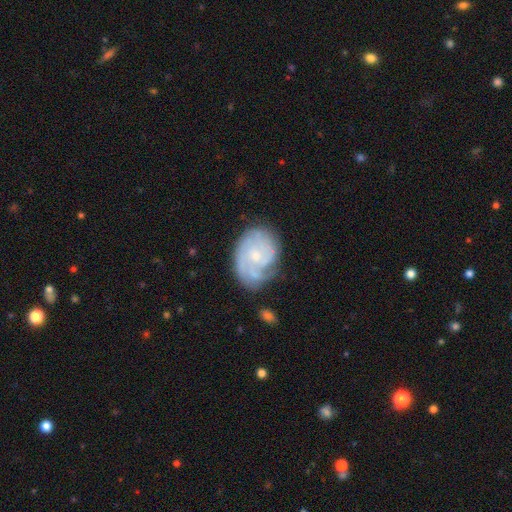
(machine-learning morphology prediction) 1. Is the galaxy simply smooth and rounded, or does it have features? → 76% featured or disk, 18% smooth, 6% star or artifact.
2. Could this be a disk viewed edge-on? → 97% no, 3% yes.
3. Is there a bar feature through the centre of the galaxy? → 73% no, 24% weak, 3% strong.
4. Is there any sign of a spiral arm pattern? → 91% yes, 9% no.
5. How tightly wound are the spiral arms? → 60% tight, 29% medium, 10% loose.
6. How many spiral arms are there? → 35% can't tell, 25% 2, 19% 3, 11% 1, 6% 4, 4% more than 4.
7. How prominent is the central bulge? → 67% small, 27% moderate, 3% none, 1% large, 1% dominant.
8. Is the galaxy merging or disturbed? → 60% none, 25% minor disturbance, 12% major disturbance, 3% merger.